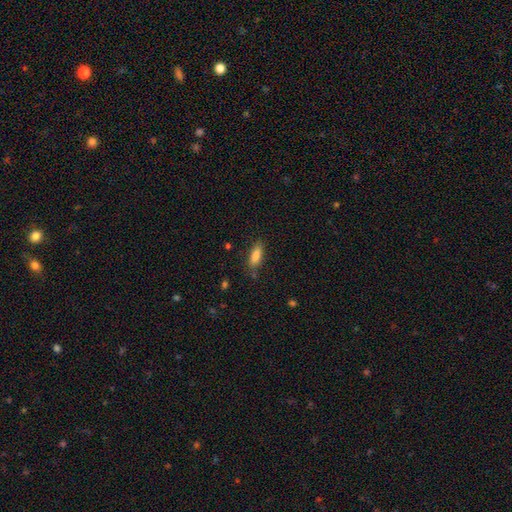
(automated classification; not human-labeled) Smooth or featured? smooth (84%)
How rounded? in between (70%)
Merging? none (79%)